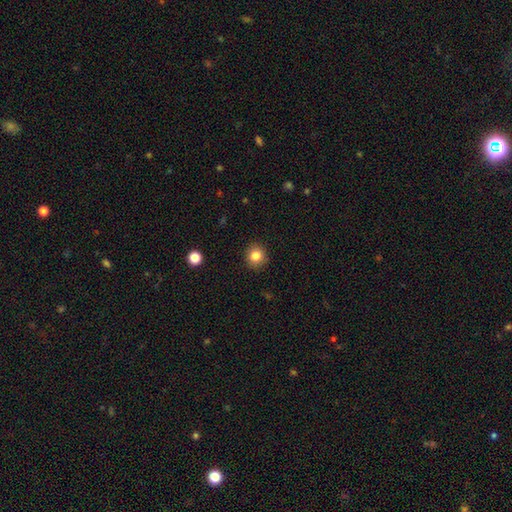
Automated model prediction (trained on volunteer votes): This is clearly a smooth galaxy (83%). How rounded: clearly round (89%). Merging: clearly none (91%).